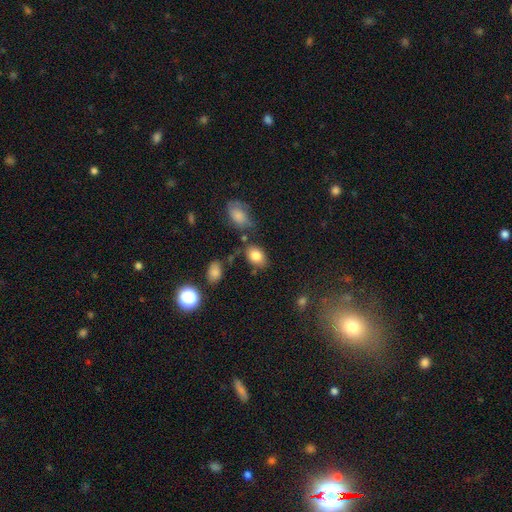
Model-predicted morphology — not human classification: This appears to be a smooth galaxy with no disk features (82%) that is in between round and cigar-shaped (81%). Merging: none (69%).